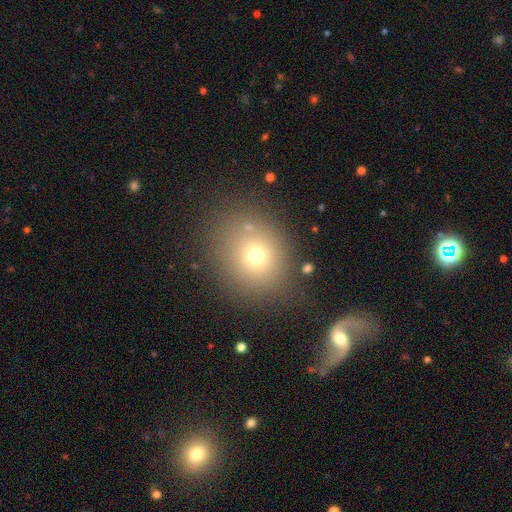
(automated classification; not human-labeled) smooth-or-featured: smooth: 69% | star or artifact: 17% | featured or disk: 13%
  how-rounded: round: 71% | in between: 28% | cigar-shaped: 1%
  merging: none: 75% | minor disturbance: 11% | merger: 7% | major disturbance: 6%